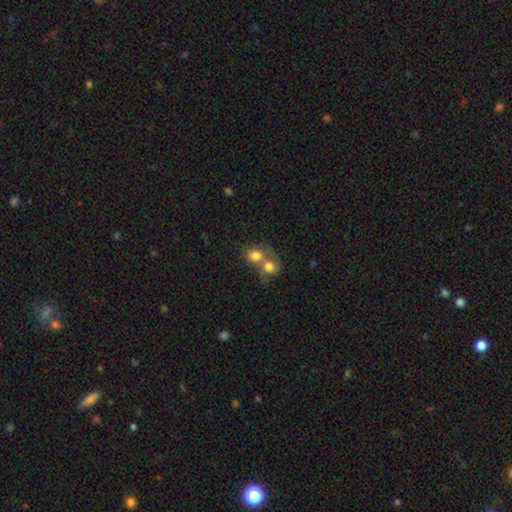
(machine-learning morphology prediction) smooth 75%, featured or disk 16%, star or artifact 9%. Down the decision tree: how rounded — round (60%); merging — merger (74%).